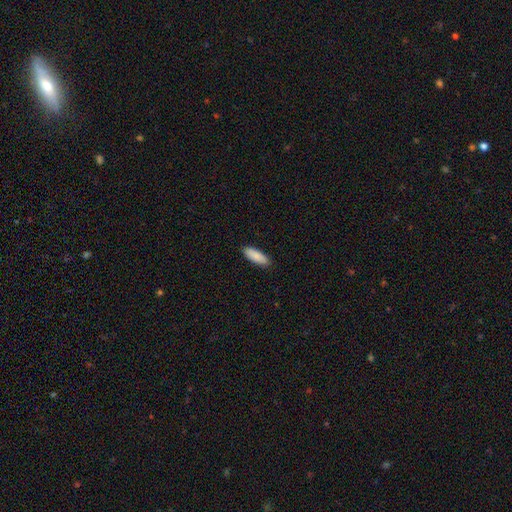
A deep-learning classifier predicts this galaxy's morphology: The model was most divided on "how rounded": in between: 63%, cigar-shaped: 36%, round: 2%. More confident: merging — none (89%); smooth or featured — smooth (88%).